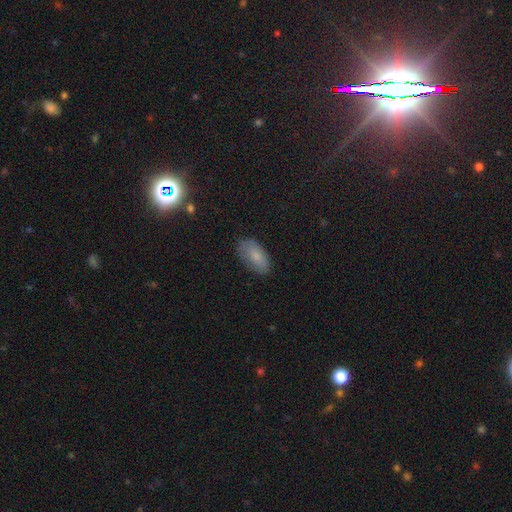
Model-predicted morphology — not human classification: This appears to be a smooth galaxy with no disk features (77%) that is in between round and cigar-shaped (92%). Merging: none (77%).